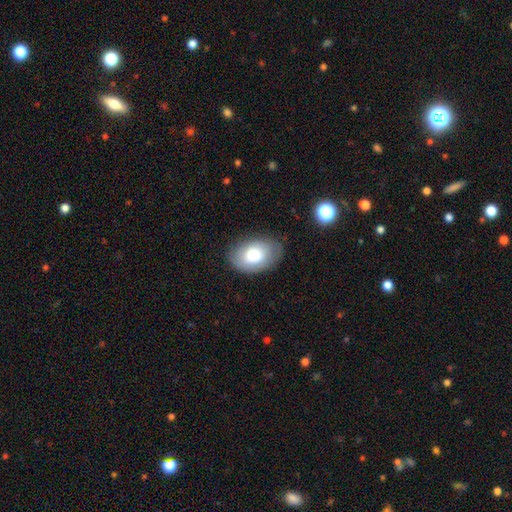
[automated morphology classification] Smooth or featured? Predicted: smooth (p=0.76). How rounded? Predicted: in between (p=0.89). Merging? Predicted: none (p=0.80).